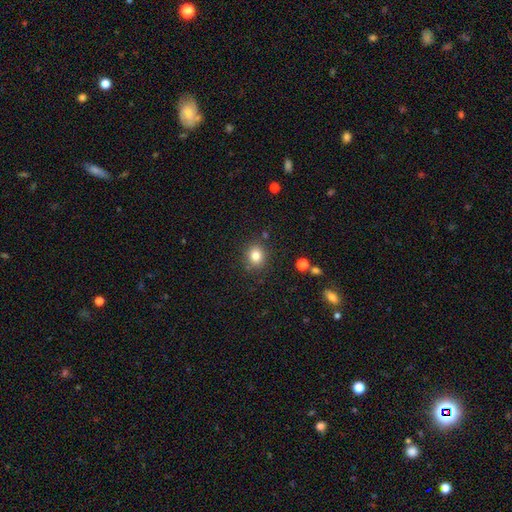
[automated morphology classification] Smooth or featured: smooth — 81% (star or artifact — 12%)
How rounded: round — 75% (in between — 24%)
Merging: none — 85% (minor disturbance — 9%)